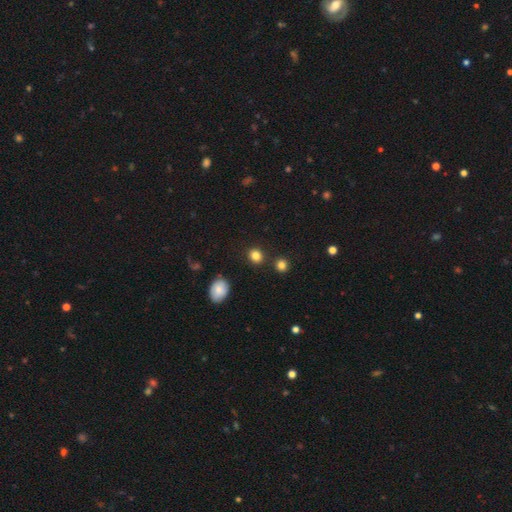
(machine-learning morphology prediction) smooth_or_featured: smooth (p=0.84) [alt: star or artifact p=0.12]
how_rounded: round (p=0.75) [alt: in between p=0.24]
merging: none (p=0.85) [alt: minor disturbance p=0.08]